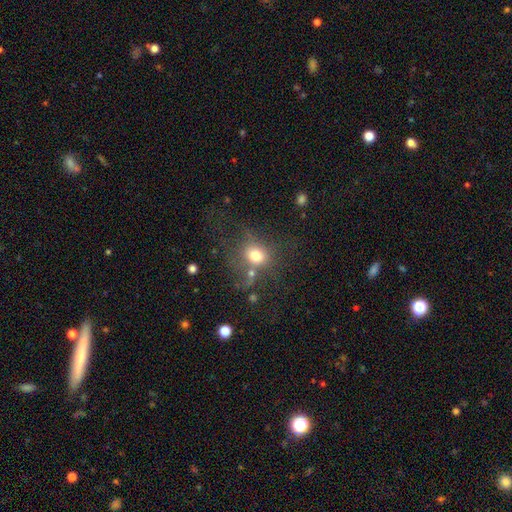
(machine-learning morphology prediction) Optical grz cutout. It shows a smooth galaxy with no disk features (72%) that is round (66%). Merging: none (52%).